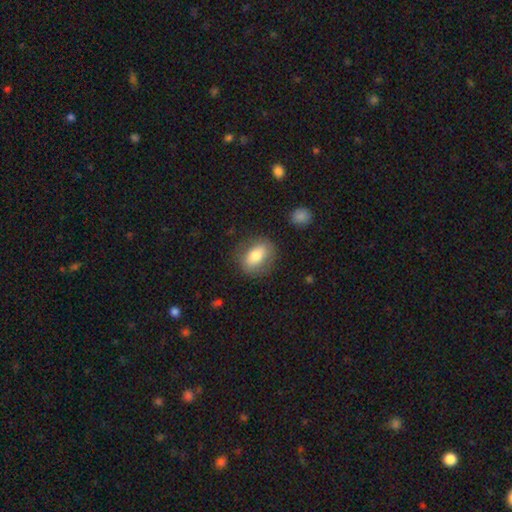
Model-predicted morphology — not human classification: smooth 73%, featured or disk 20%, star or artifact 7%. Down the decision tree: how rounded — in between (74%); merging — none (79%).